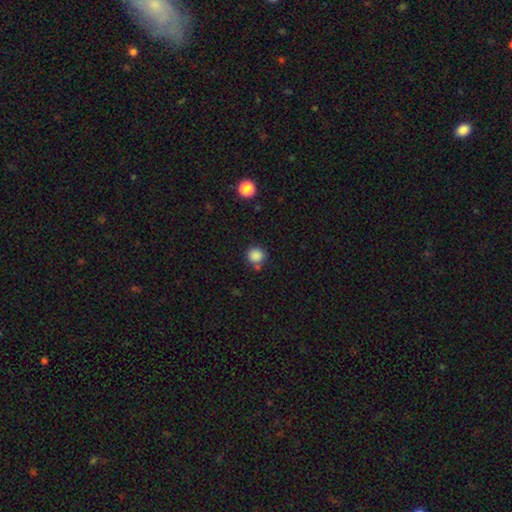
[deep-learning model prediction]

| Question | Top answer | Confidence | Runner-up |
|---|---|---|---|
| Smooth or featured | smooth | 86% | star or artifact (11%) |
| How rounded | round | 89% | in between (10%) |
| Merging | none | 74% | minor disturbance (13%) |